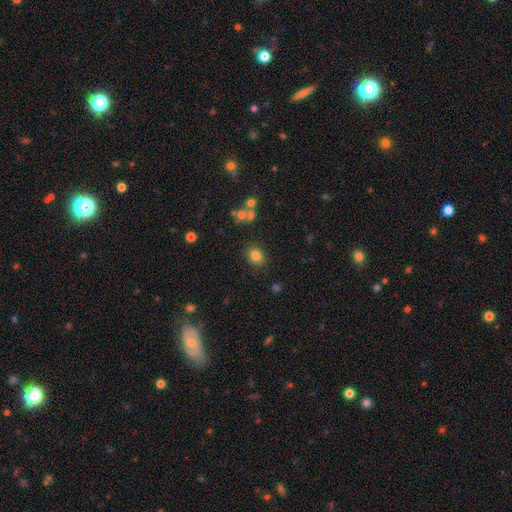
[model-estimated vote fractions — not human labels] smooth 81%, star or artifact 12%, featured or disk 7%. Down the decision tree: how rounded — round (61%); merging — none (83%).